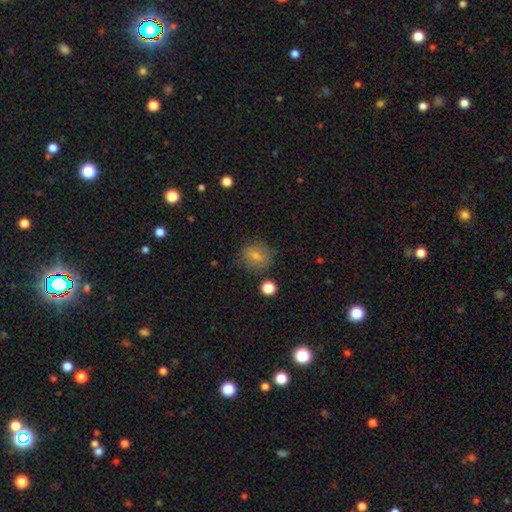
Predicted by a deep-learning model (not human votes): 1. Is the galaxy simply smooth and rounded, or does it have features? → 64% smooth, 18% featured or disk, 18% star or artifact.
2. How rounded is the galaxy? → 71% round, 27% in between, 2% cigar-shaped.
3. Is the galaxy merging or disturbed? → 81% none, 13% minor disturbance, 4% major disturbance, 2% merger.